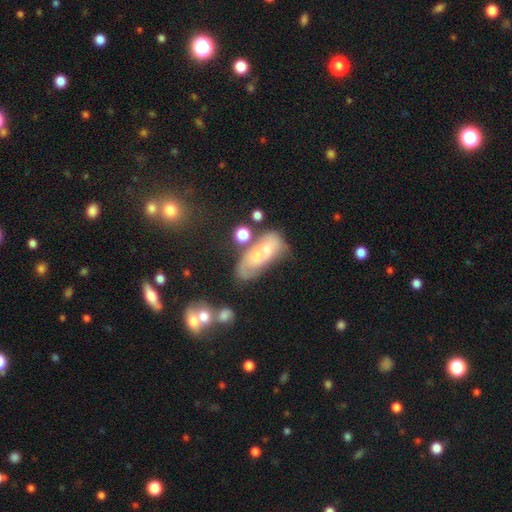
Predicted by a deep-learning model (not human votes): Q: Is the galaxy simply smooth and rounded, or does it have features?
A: smooth — 45%, tied with featured or disk.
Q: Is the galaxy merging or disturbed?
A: merger — 37%.